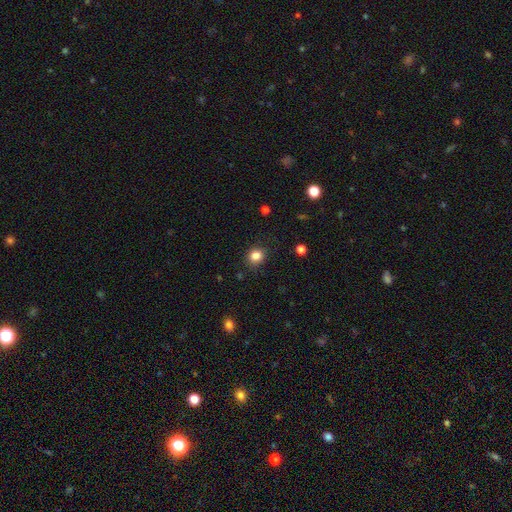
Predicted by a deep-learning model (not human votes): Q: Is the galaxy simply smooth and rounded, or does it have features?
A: smooth — 84%.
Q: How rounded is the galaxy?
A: round — 77%.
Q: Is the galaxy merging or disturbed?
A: none — 84%.